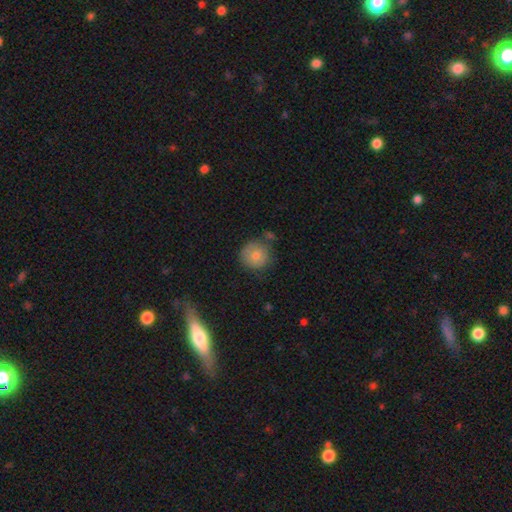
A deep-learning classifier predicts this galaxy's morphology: Smooth or featured?
  - smooth: 73% *
  - featured or disk: 18%
  - star or artifact: 10%
How rounded?
  - round: 92% *
  - in between: 7%
  - cigar-shaped: 1%
Merging?
  - none: 76% *
  - minor disturbance: 16%
  - merger: 5%
  - major disturbance: 4%